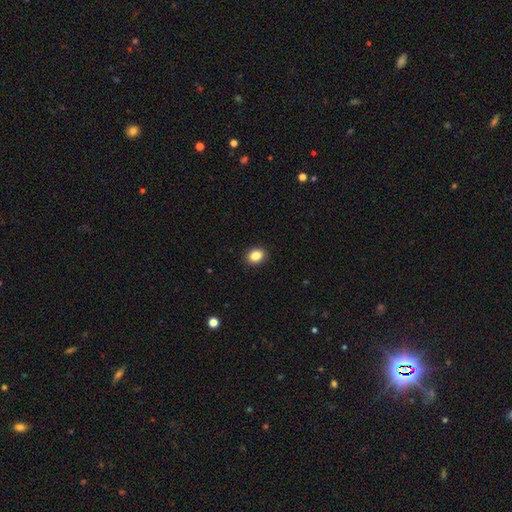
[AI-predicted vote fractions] This is clearly a smooth galaxy (85%). How rounded: possibly in between (54%). Merging: clearly none (91%).